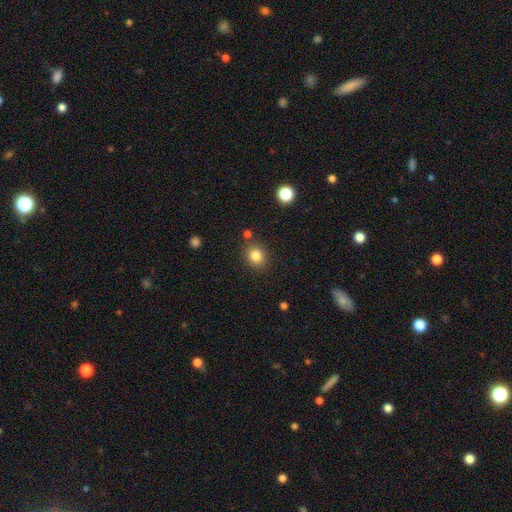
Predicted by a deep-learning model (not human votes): This is clearly a smooth galaxy (83%). How rounded: likely round (77%). Merging: clearly none (84%).